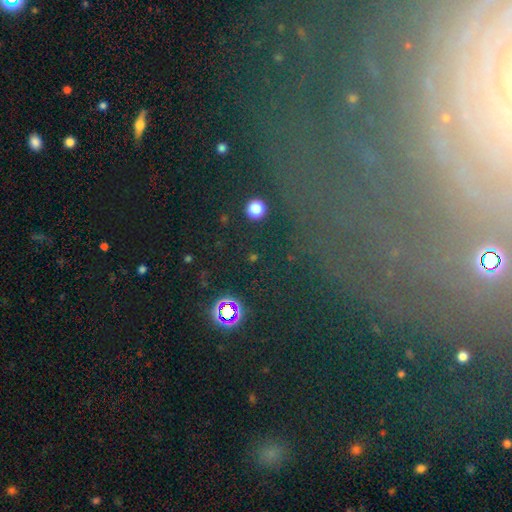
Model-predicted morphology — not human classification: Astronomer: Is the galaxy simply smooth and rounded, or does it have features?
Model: star or artifact — 54%.